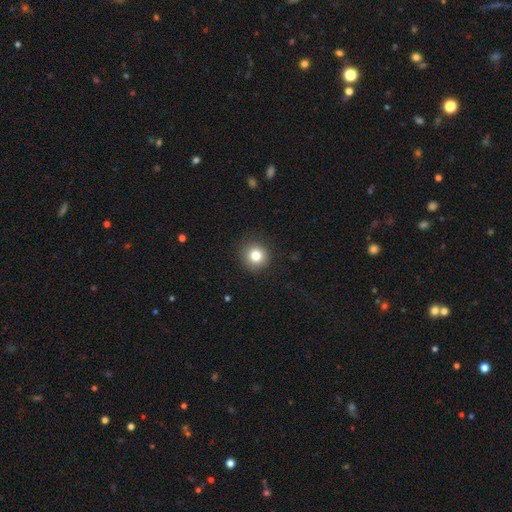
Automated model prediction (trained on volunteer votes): A smooth galaxy with no disk features (81%) that is round (92%).

Vote fractions:
- Smooth or featured? smooth: 81% / star or artifact: 11% / featured or disk: 8%
- How rounded? round: 92% / in between: 7% / cigar-shaped: 1%
- Merging? none: 90% / minor disturbance: 7% / major disturbance: 2% / merger: 1%